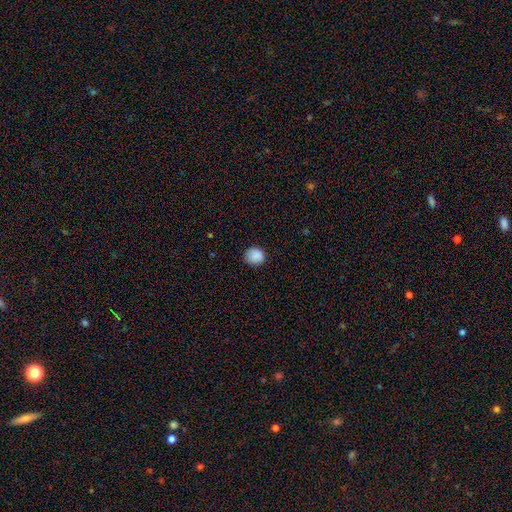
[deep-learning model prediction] This appears to be a smooth galaxy with no disk features (88%) that is round (84%). Merging: none (86%).